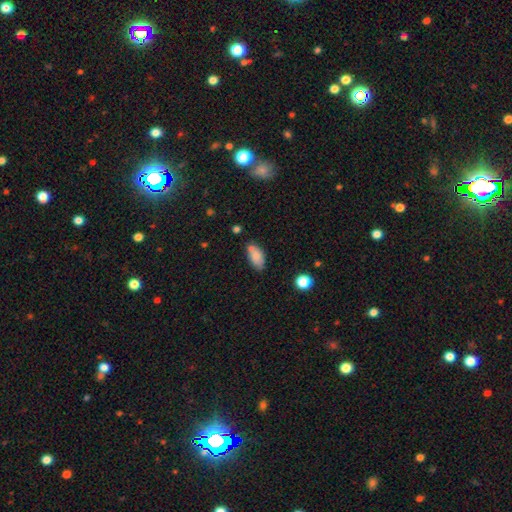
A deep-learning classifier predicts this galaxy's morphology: Smooth or featured?
  - smooth: 82% *
  - featured or disk: 10%
  - star or artifact: 8%
How rounded?
  - in between: 90% *
  - cigar-shaped: 6%
  - round: 3%
Merging?
  - none: 63% *
  - minor disturbance: 21%
  - merger: 11%
  - major disturbance: 5%